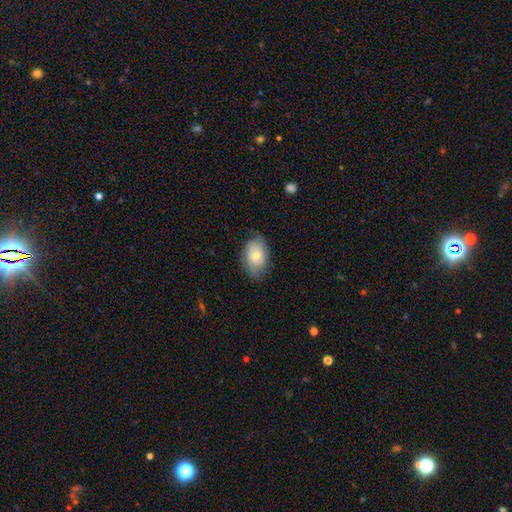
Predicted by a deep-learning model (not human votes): smooth-or-featured: smooth: 58% | featured or disk: 34% | star or artifact: 8%
  how-rounded: in between: 86% | round: 13% | cigar-shaped: 1%
  merging: none: 71% | minor disturbance: 23% | major disturbance: 5% | merger: 1%